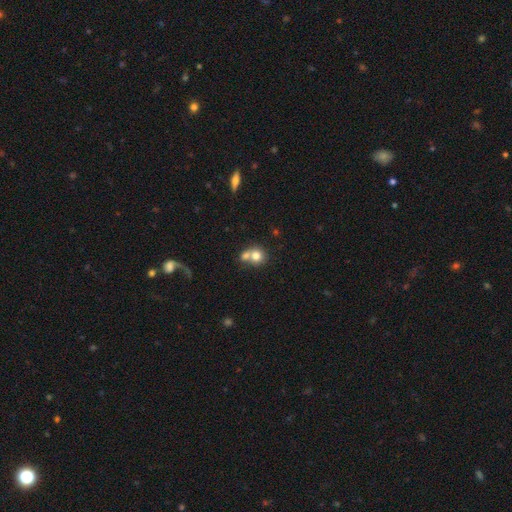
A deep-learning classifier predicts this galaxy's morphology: Smooth or featured? Predicted: smooth (p=0.75). How rounded? Predicted: round (p=0.80). Merging? Predicted: merger (p=0.54).